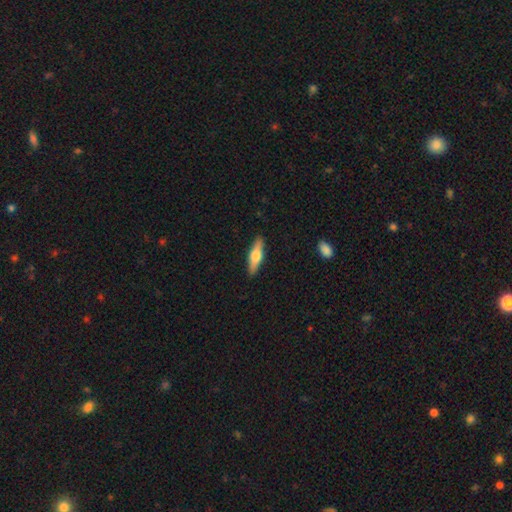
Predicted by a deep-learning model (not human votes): A featured or disk galaxy (48%). Merging: none (90%).